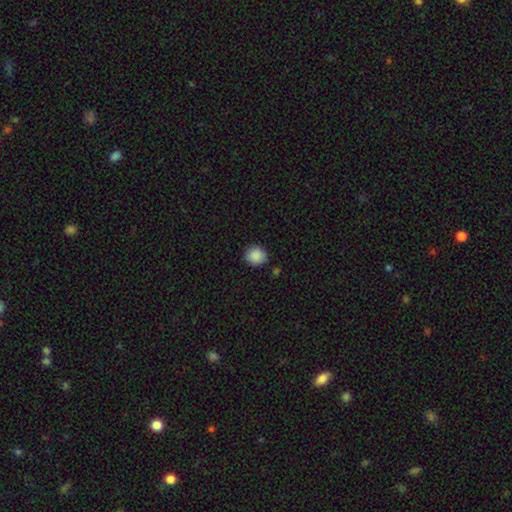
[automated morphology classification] smooth_or_featured: smooth (p=0.89) [alt: star or artifact p=0.08]
how_rounded: round (p=0.82) [alt: in between p=0.18]
merging: none (p=0.86) [alt: minor disturbance p=0.10]